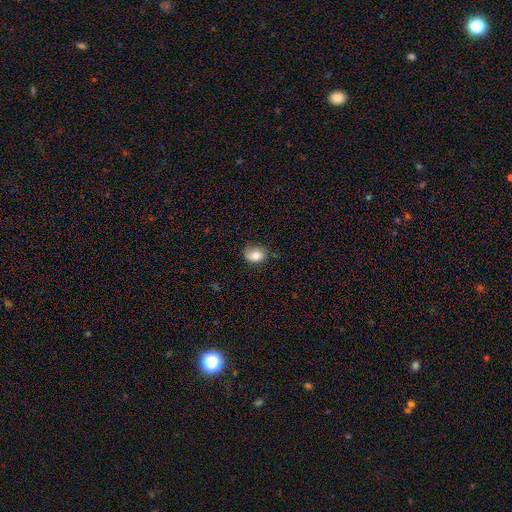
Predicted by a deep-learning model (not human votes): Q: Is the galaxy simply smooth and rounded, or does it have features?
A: smooth — 74%.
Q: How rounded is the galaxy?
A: in between — 58%.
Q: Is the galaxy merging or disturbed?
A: none — 63%.